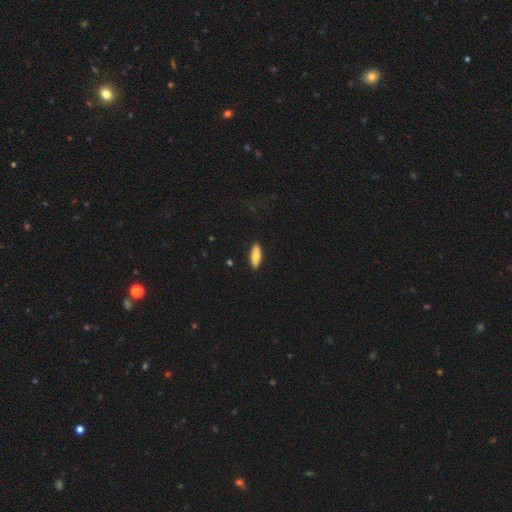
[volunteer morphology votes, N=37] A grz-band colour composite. It shows a smooth galaxy with no disk features (73%) that is cigar-shaped (56%). Merging: none (91%).